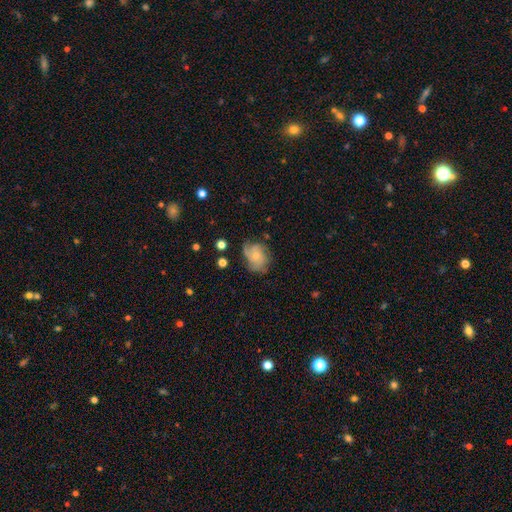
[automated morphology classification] The model was most divided on "smooth or featured": featured or disk: 53%, smooth: 38%, star or artifact: 9%. More confident: edge-on disk — no (97%); spiral arms — yes (83%); bar — no (81%); bulge size — small (61%); merging — none (57%).